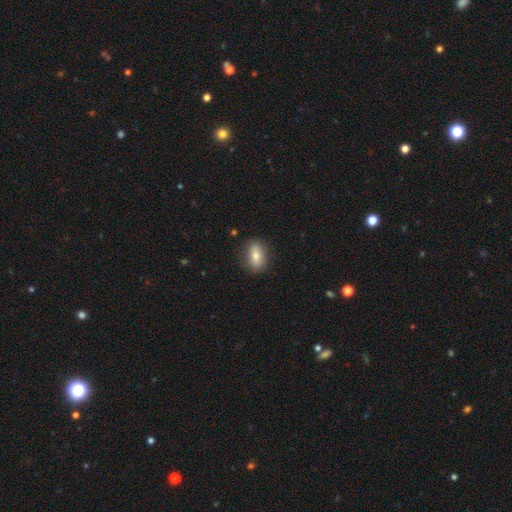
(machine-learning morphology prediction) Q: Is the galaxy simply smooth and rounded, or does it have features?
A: smooth — 73%.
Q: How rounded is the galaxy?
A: in between — 81%.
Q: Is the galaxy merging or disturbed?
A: none — 84%.